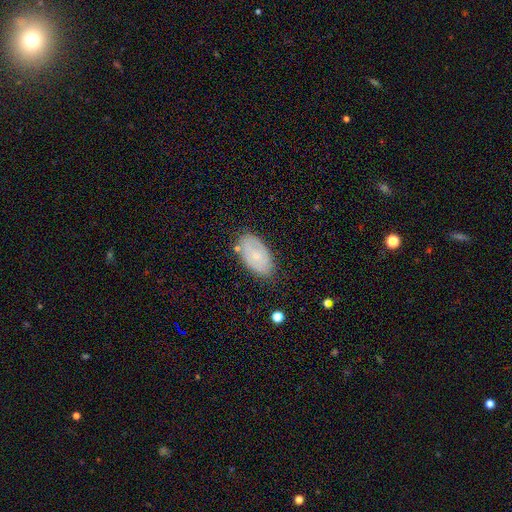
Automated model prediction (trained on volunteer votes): A smooth galaxy with no disk features (52%) that is in between round and cigar-shaped (93%).

Vote fractions:
- Smooth or featured? smooth: 52% / featured or disk: 41% / star or artifact: 7%
- How rounded? in between: 93% / round: 5% / cigar-shaped: 2%
- Merging? none: 76% / minor disturbance: 17% / major disturbance: 4% / merger: 2%